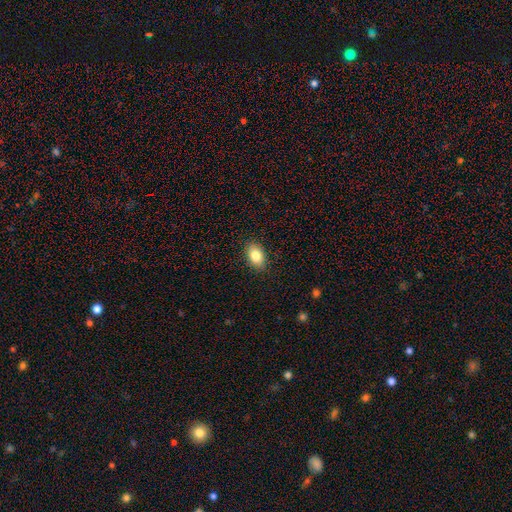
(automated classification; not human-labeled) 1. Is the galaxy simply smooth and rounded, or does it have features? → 83% smooth, 9% featured or disk, 8% star or artifact.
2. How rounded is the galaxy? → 86% in between, 12% round, 2% cigar-shaped.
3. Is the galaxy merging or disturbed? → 88% none, 9% minor disturbance, 2% major disturbance, 1% merger.